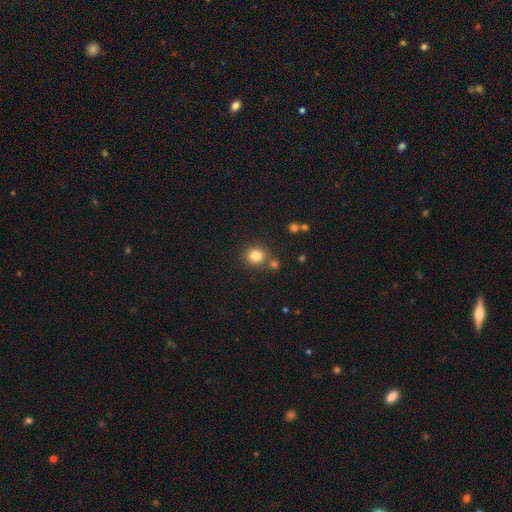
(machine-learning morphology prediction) A smooth galaxy with no disk features (82%) that is round (86%).

Vote fractions:
- Smooth or featured? smooth: 82% / star or artifact: 12% / featured or disk: 6%
- How rounded? round: 86% / in between: 13% / cigar-shaped: 1%
- Merging? none: 78% / merger: 10% / minor disturbance: 8% / major disturbance: 3%